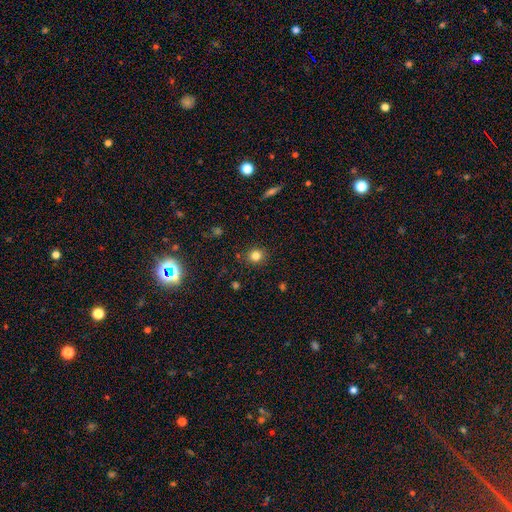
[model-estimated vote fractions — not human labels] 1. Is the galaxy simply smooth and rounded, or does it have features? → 80% smooth, 14% star or artifact, 6% featured or disk.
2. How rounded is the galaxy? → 86% round, 13% in between, 1% cigar-shaped.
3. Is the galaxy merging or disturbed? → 88% none, 8% minor disturbance, 2% major disturbance, 2% merger.